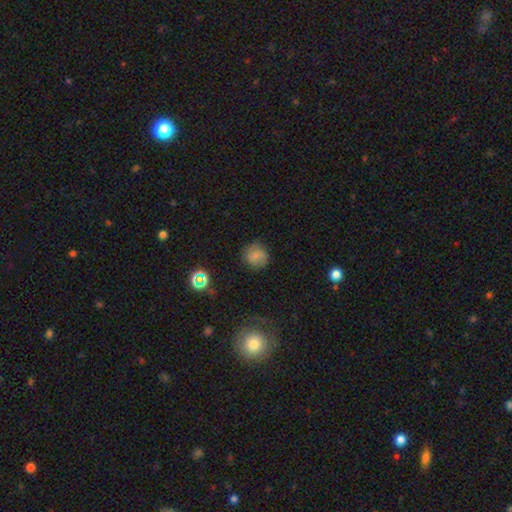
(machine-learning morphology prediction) smooth-or-featured: smooth: 66% | featured or disk: 20% | star or artifact: 14%
  how-rounded: round: 86% | in between: 13% | cigar-shaped: 1%
  merging: none: 76% | minor disturbance: 16% | major disturbance: 6% | merger: 1%